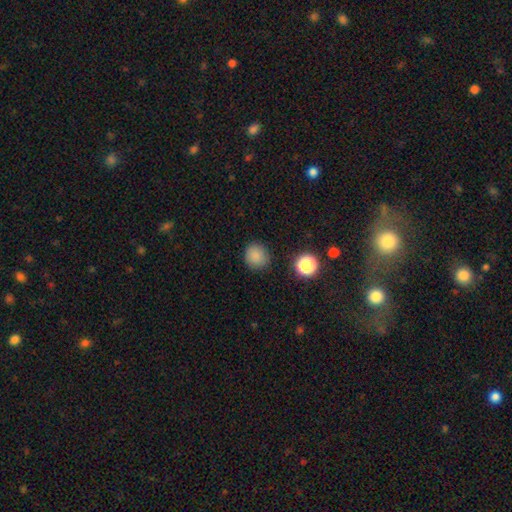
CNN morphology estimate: smooth_or_featured: smooth (p=0.84) [alt: star or artifact p=0.12]
how_rounded: round (p=0.88) [alt: in between p=0.11]
merging: none (p=0.87) [alt: minor disturbance p=0.09]